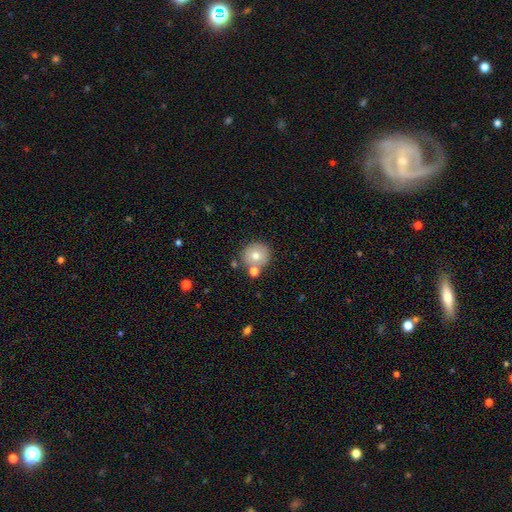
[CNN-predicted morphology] The model was most divided on "smooth or featured": smooth: 72%, featured or disk: 18%, star or artifact: 11%. More confident: how rounded — round (92%); merging — none (73%).